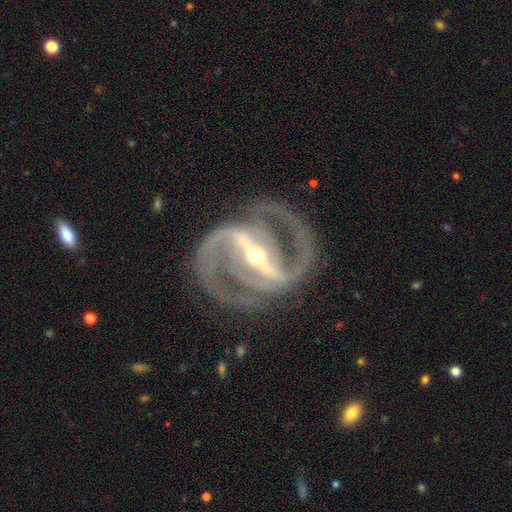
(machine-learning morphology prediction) Overall: featured or disk (93%). Edge-on disk: no (96%). Bar: strong (83%). Spiral arms: yes (97%). Spiral arm count: 2 (90%). Spiral winding: medium (57%; tight 31%). Bulge size: small (55%; moderate 41%). Merging: none (81%).